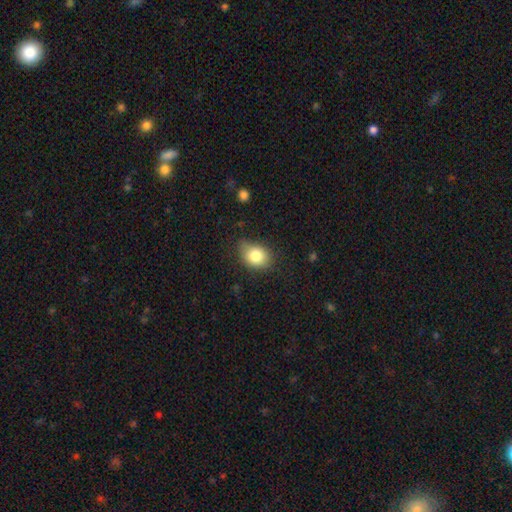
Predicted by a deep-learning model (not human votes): Morphology: type=smooth (82%); roundness=in between (60%); merging=none (69%).